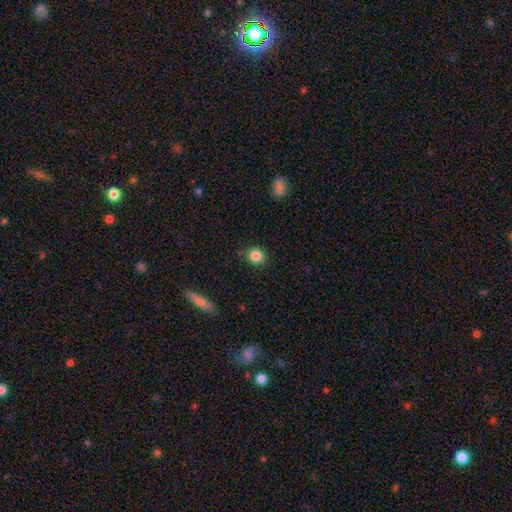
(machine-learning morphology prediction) A smooth galaxy with no disk features (85%) that is round (84%).

Vote fractions:
- Smooth or featured? smooth: 85% / star or artifact: 10% / featured or disk: 5%
- How rounded? round: 84% / in between: 15% / cigar-shaped: 1%
- Merging? none: 84% / minor disturbance: 11% / major disturbance: 3% / merger: 2%